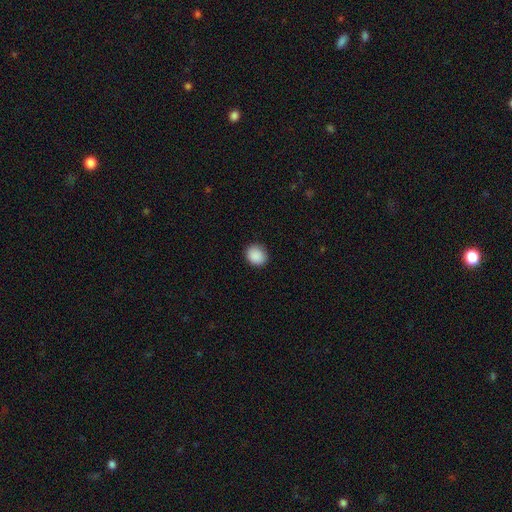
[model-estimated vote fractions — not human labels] smooth-or-featured: smooth: 90% | star or artifact: 8% | featured or disk: 2%
  how-rounded: round: 76% | in between: 23% | cigar-shaped: 1%
  merging: none: 89% | minor disturbance: 8% | major disturbance: 2% | merger: 1%